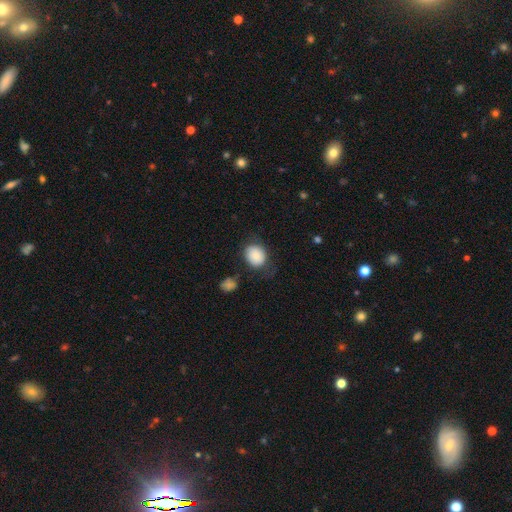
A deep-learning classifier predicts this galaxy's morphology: Q: Smooth or featured?
A: smooth (84%); runner-up: featured or disk (9%)
Q: How rounded?
A: round (60%); runner-up: in between (39%)
Q: Merging?
A: none (62%); runner-up: minor disturbance (23%)